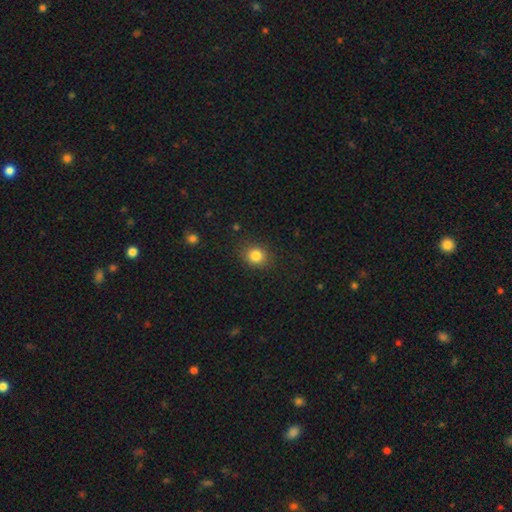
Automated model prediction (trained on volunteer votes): The model was most divided on "how rounded": round: 74%, in between: 25%, cigar-shaped: 1%. More confident: merging — none (87%); smooth or featured — smooth (83%).